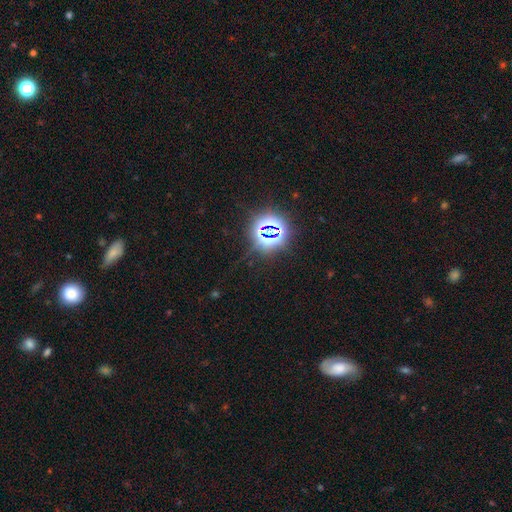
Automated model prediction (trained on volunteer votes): smooth-or-featured: star or artifact: 75% | smooth: 17% | featured or disk: 8%